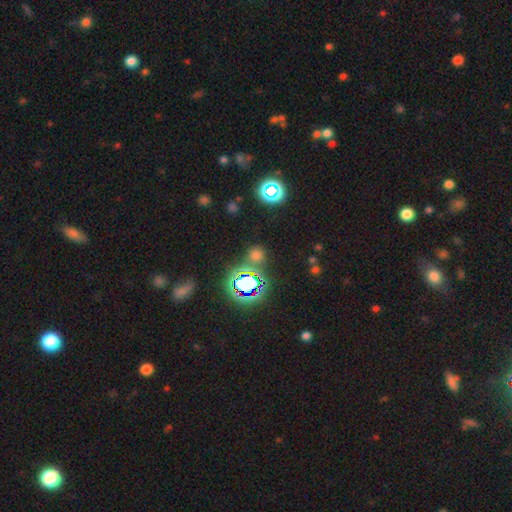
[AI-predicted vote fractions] A smooth galaxy with no disk features (52%) that is round (89%). Merging: none (78%).